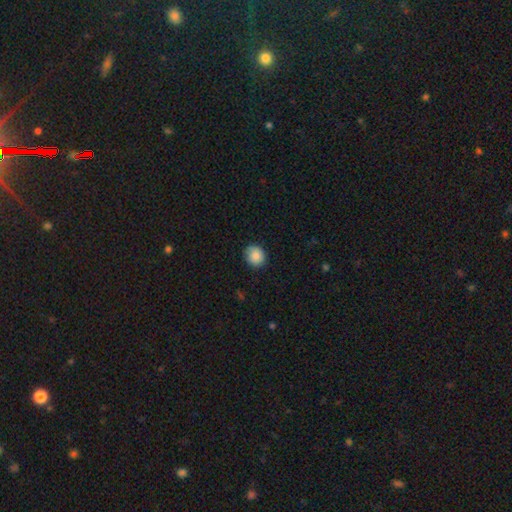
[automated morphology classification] This is clearly a smooth galaxy (85%). How rounded: likely round (79%). Merging: clearly none (83%).